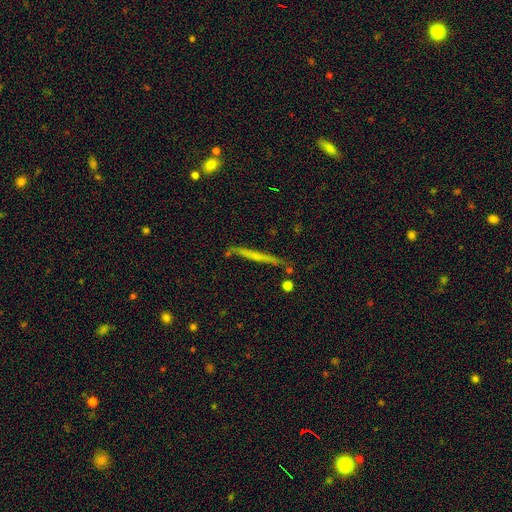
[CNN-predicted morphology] Overall: featured or disk (49%; smooth 43%). Merging: none (82%).